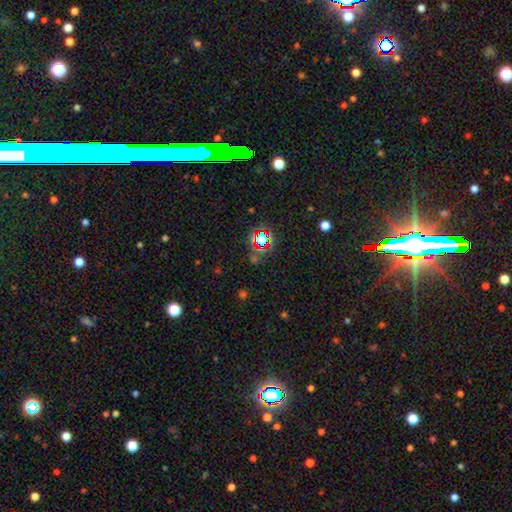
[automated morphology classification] Q: Smooth or featured?
A: star or artifact (72%); runner-up: smooth (17%)